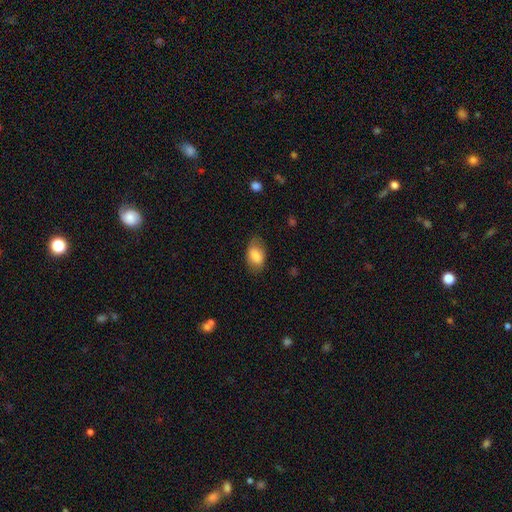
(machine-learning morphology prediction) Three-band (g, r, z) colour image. It shows a smooth galaxy with no disk features (81%) that is in between round and cigar-shaped (91%). Merging: none (76%).